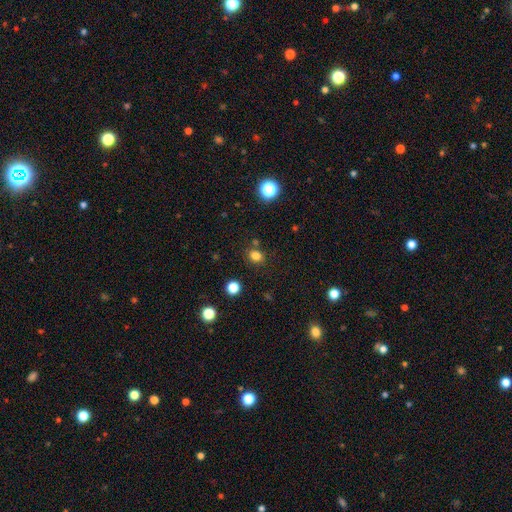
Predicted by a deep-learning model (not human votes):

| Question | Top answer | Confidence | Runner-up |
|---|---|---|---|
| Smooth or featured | smooth | 80% | star or artifact (15%) |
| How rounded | round | 53% | in between (46%) |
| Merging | none | 78% | minor disturbance (11%) |